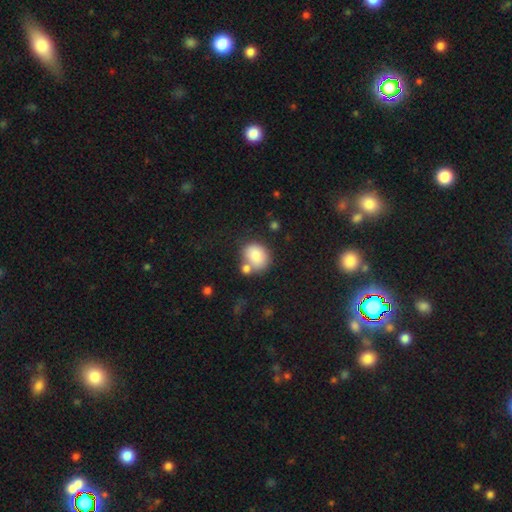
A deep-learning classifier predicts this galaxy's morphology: Overall: smooth (84%). How rounded: round (55%; in between 44%). Merging: none (53%; merger 27%).